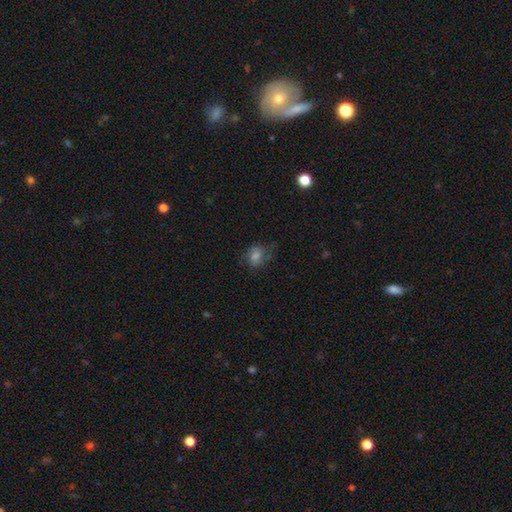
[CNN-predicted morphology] Smooth or featured?
  - smooth: 54% *
  - featured or disk: 29%
  - star or artifact: 18%
How rounded?
  - in between: 52% *
  - round: 47%
  - cigar-shaped: 1%
Merging?
  - none: 59% *
  - minor disturbance: 23%
  - major disturbance: 16%
  - merger: 2%